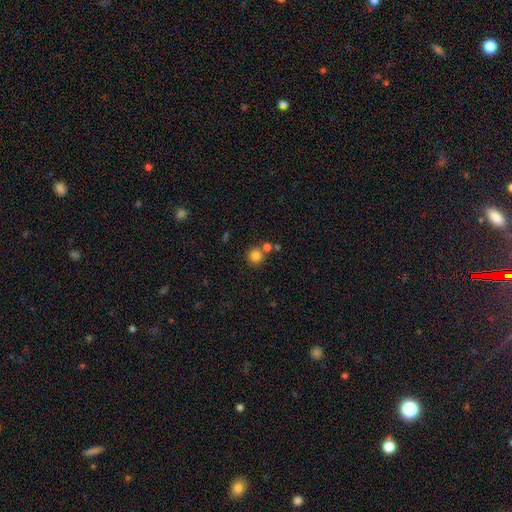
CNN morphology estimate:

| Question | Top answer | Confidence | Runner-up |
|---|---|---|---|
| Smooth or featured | smooth | 82% | star or artifact (12%) |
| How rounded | round | 92% | in between (7%) |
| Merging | none | 69% | merger (19%) |